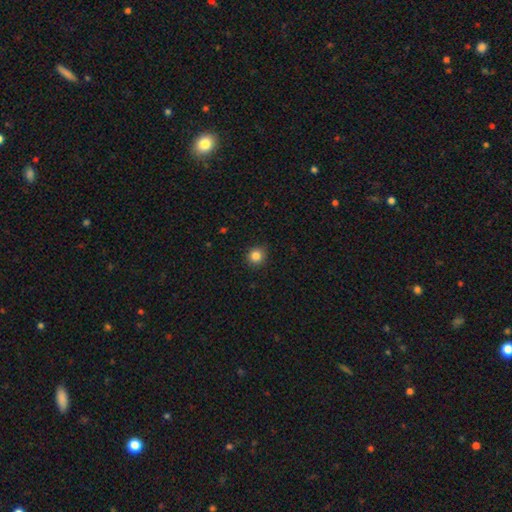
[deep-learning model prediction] smooth 84%, star or artifact 12%, featured or disk 4%. Down the decision tree: how rounded — round (93%); merging — none (89%).